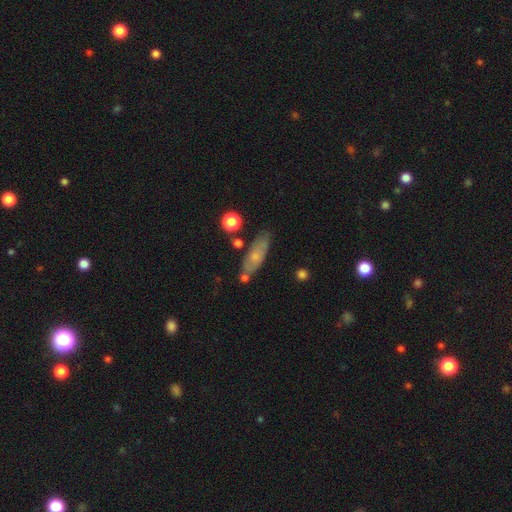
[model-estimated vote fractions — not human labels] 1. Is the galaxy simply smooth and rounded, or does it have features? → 59% smooth, 33% featured or disk, 8% star or artifact.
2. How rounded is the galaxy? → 57% in between, 38% cigar-shaped, 4% round.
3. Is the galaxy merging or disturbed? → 66% none, 21% minor disturbance, 8% merger, 6% major disturbance.